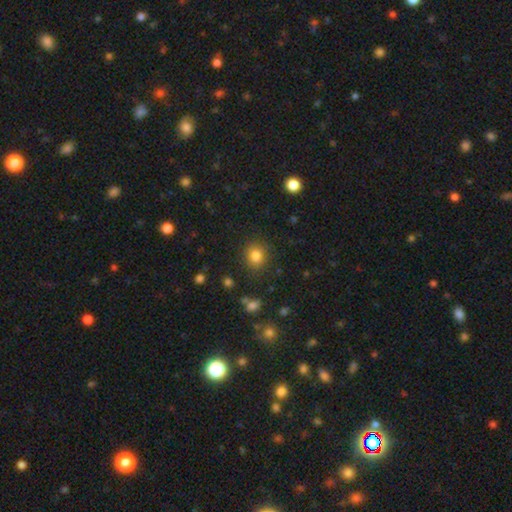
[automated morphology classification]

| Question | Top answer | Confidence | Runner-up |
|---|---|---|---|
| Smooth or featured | smooth | 82% | star or artifact (12%) |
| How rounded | round | 77% | in between (22%) |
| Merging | none | 86% | minor disturbance (9%) |